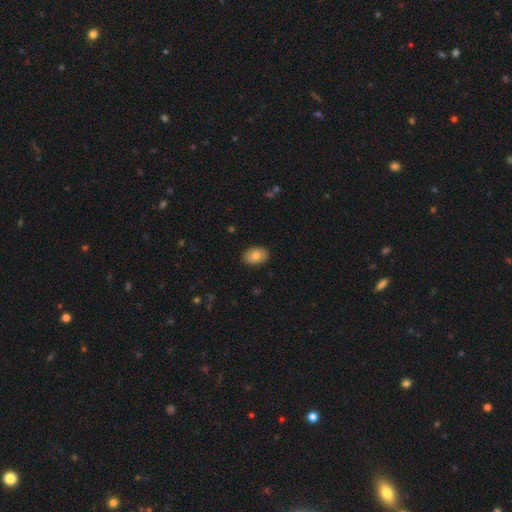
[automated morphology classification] The model was most divided on "smooth or featured": smooth: 79%, featured or disk: 14%, star or artifact: 7%. More confident: merging — none (88%); how rounded — in between (83%).